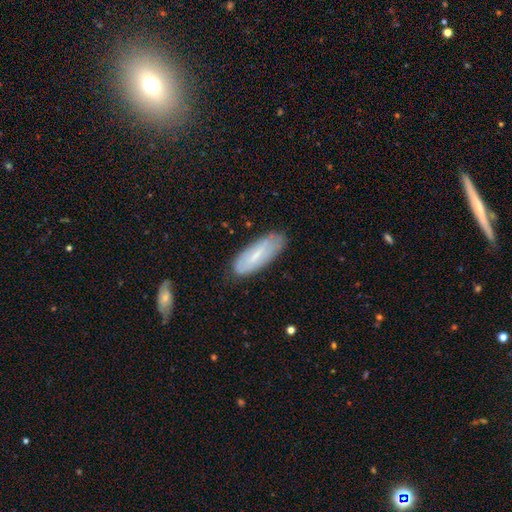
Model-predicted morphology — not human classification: smooth-or-featured: smooth: 54% | featured or disk: 39% | star or artifact: 7%
  how-rounded: in between: 64% | cigar-shaped: 35% | round: 2%
  merging: none: 77% | minor disturbance: 18% | major disturbance: 4% | merger: 2%